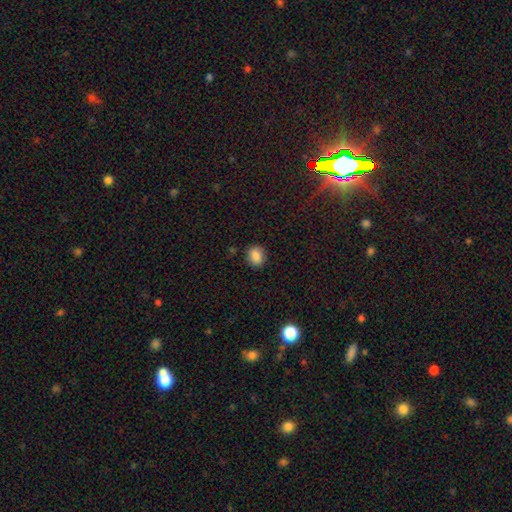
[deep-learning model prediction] Smooth or featured?
  - smooth: 86% *
  - star or artifact: 10%
  - featured or disk: 4%
How rounded?
  - round: 60% *
  - in between: 39%
  - cigar-shaped: 1%
Merging?
  - none: 87% *
  - minor disturbance: 9%
  - major disturbance: 2%
  - merger: 2%